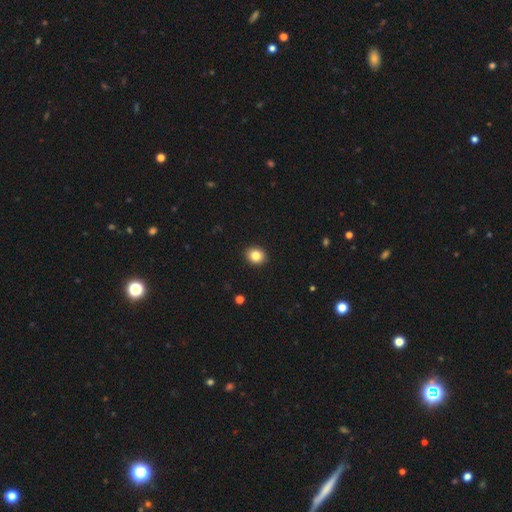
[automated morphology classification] This appears to be a smooth galaxy with no disk features (83%) that is round (69%). Merging: none (92%).